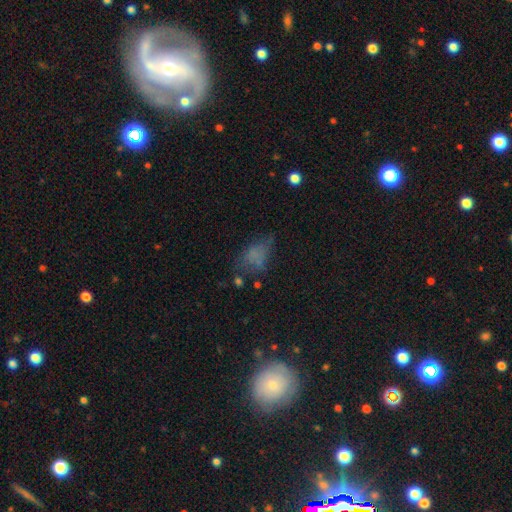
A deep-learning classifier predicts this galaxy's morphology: smooth_or_featured: smooth (p=0.58) [alt: featured or disk p=0.24]
how_rounded: in between (p=0.84) [alt: round p=0.11]
merging: none (p=0.41) [alt: minor disturbance p=0.27]